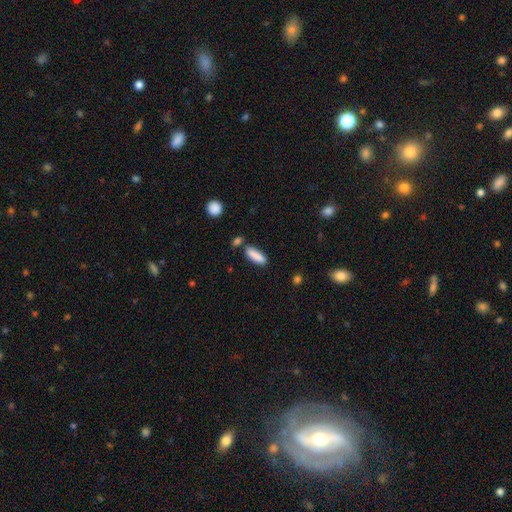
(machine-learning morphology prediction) smooth-or-featured: smooth: 87% | star or artifact: 7% | featured or disk: 6%
  how-rounded: cigar-shaped: 51% | in between: 47% | round: 2%
  merging: none: 75% | minor disturbance: 12% | merger: 10% | major disturbance: 3%